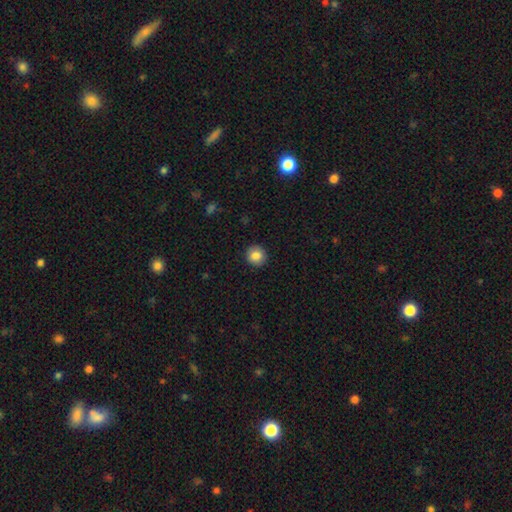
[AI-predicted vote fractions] Smooth or featured?
  - smooth: 85% *
  - star or artifact: 9%
  - featured or disk: 6%
How rounded?
  - round: 90% *
  - in between: 9%
  - cigar-shaped: 1%
Merging?
  - none: 91% *
  - minor disturbance: 6%
  - major disturbance: 2%
  - merger: 1%